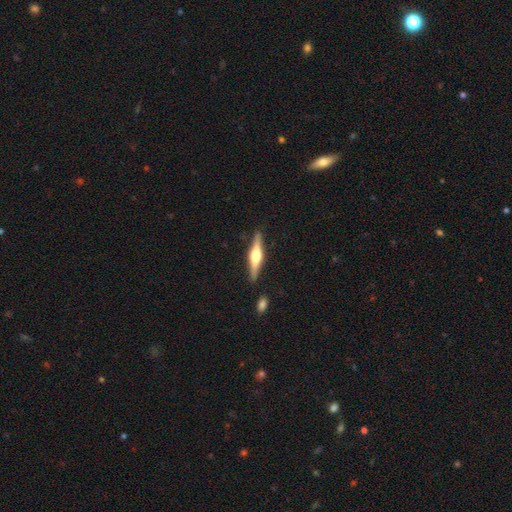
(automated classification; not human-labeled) A featured or disk galaxy (71%) viewed edge-on (98%) with a rounded central bulge (89%).

Vote fractions:
- Smooth or featured? featured or disk: 71% / smooth: 24% / star or artifact: 5%
- Edge-on disk? yes: 98% / no: 2%
- Edge-on bulge? rounded: 89% / boxy: 9% / none: 2%
- Merging? none: 88% / minor disturbance: 8% / merger: 2% / major disturbance: 2%